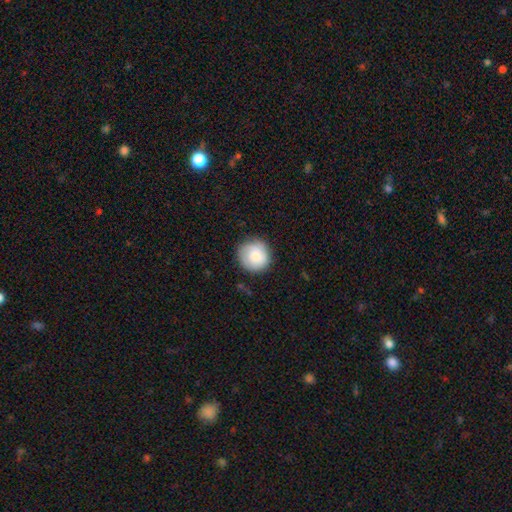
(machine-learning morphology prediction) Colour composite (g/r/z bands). It shows a smooth galaxy with no disk features (73%) that is round (92%). Merging: none (80%).